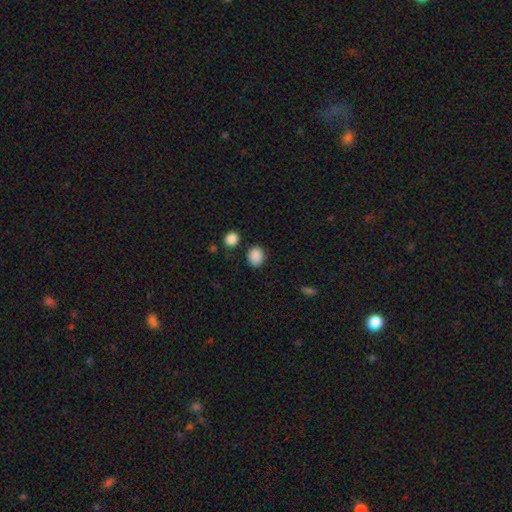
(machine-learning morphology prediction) smooth-or-featured: smooth: 88% | star or artifact: 9% | featured or disk: 3%
  how-rounded: round: 67% | in between: 32% | cigar-shaped: 1%
  merging: none: 83% | minor disturbance: 10% | merger: 4% | major disturbance: 3%